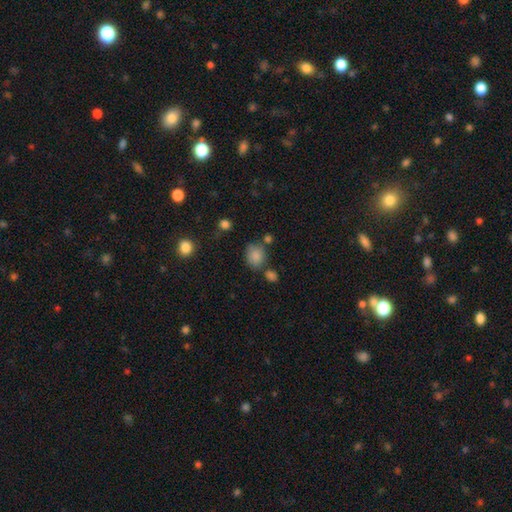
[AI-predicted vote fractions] Morphology: type=smooth (84%); roundness=round (56%); merging=none (63%).